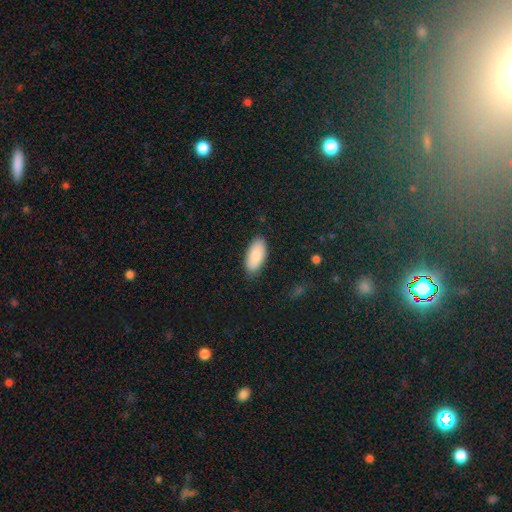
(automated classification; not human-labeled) Smooth or featured?
  - smooth: 86% *
  - featured or disk: 8%
  - star or artifact: 6%
How rounded?
  - in between: 92% *
  - cigar-shaped: 7%
  - round: 2%
Merging?
  - none: 84% *
  - minor disturbance: 12%
  - major disturbance: 2%
  - merger: 1%